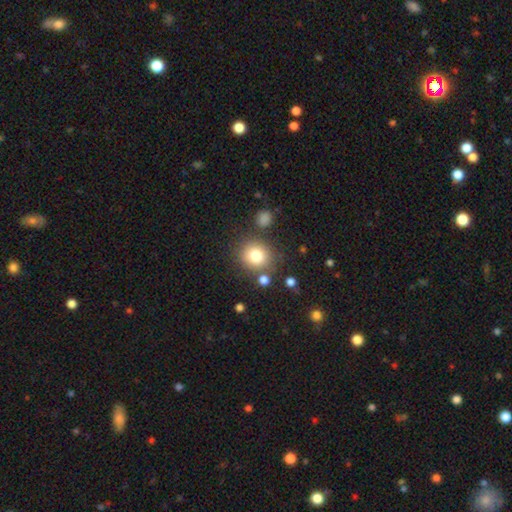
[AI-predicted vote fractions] A smooth galaxy with no disk features (80%) that is round (86%). Merging: none (78%).